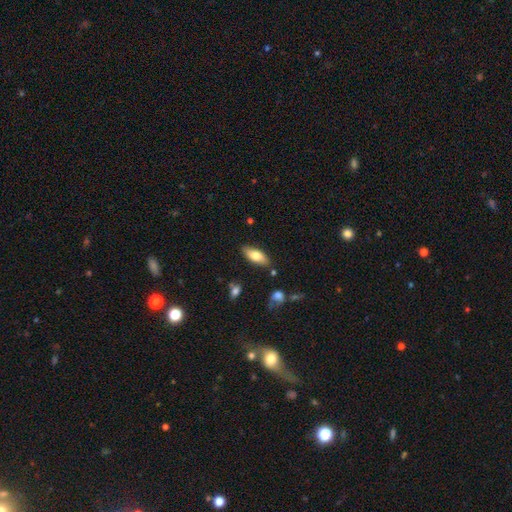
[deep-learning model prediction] A smooth galaxy with no disk features (73%) that is in between round and cigar-shaped (81%). Merging: none (83%).